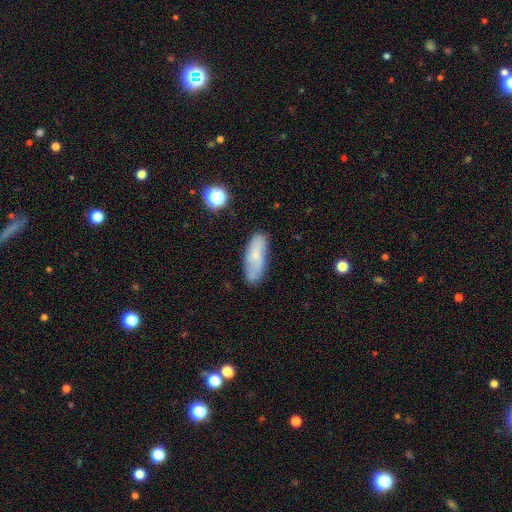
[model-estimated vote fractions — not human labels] Smooth or featured? Predicted: smooth (p=0.61). How rounded? Predicted: in between (p=0.69). Merging? Predicted: none (p=0.73).